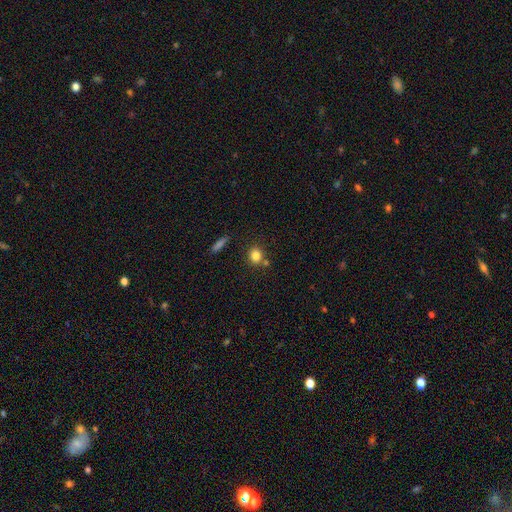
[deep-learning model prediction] The model was most divided on "how rounded": round: 63%, in between: 35%, cigar-shaped: 2%. More confident: smooth or featured — smooth (82%); merging — none (72%).